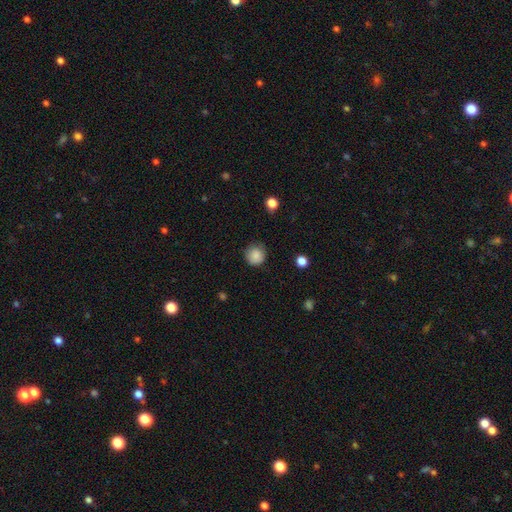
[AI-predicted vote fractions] Smooth or featured? smooth (86%)
How rounded? round (93%)
Merging? none (81%)